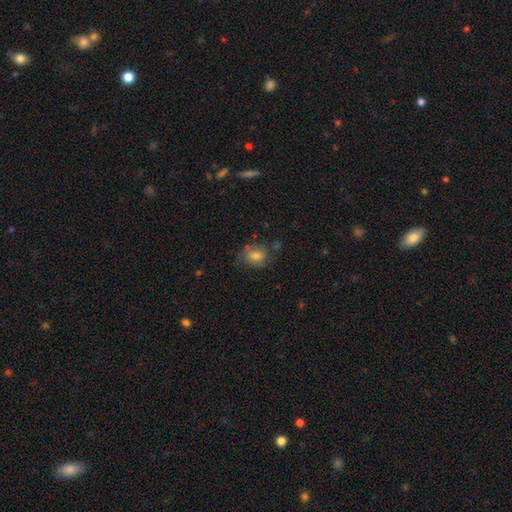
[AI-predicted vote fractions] Morphology: type=smooth (60%); roundness=in between (50%); merging=none (67%).